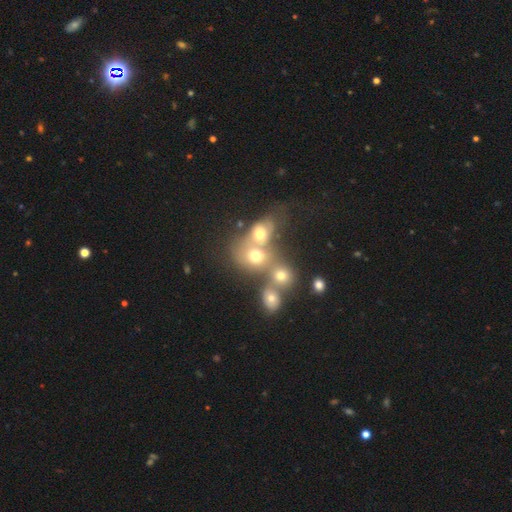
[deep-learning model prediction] Q: Smooth or featured?
A: smooth (62%); runner-up: featured or disk (21%)
Q: How rounded?
A: round (65%); runner-up: in between (34%)
Q: Merging?
A: merger (57%); runner-up: none (30%)